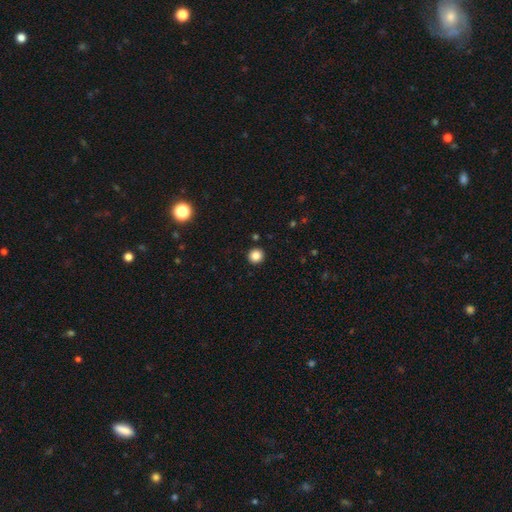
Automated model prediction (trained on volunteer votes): smooth-or-featured: smooth: 85% | star or artifact: 11% | featured or disk: 4%
  how-rounded: round: 94% | in between: 5% | cigar-shaped: 1%
  merging: none: 93% | minor disturbance: 4% | major disturbance: 1% | merger: 1%